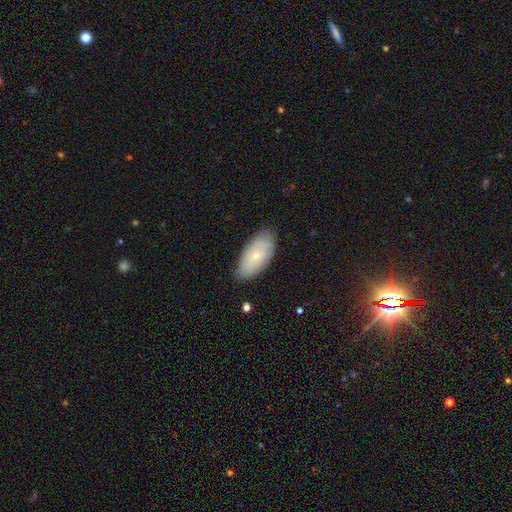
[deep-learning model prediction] Overall: smooth (58%; featured or disk 35%). How rounded: in between (92%). Merging: none (80%).